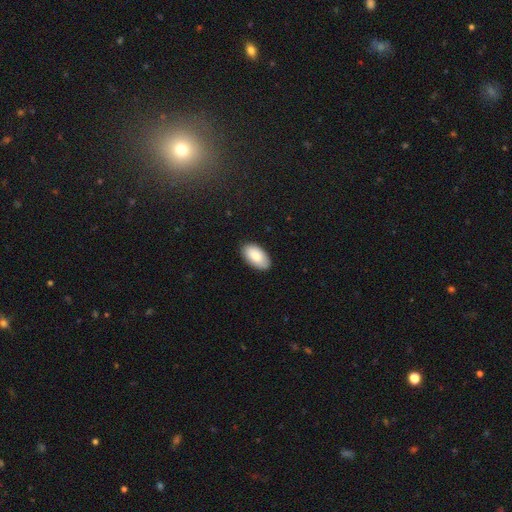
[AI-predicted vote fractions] Q: Smooth or featured?
A: smooth (84%); runner-up: featured or disk (10%)
Q: How rounded?
A: in between (96%); runner-up: round (3%)
Q: Merging?
A: none (87%); runner-up: minor disturbance (10%)